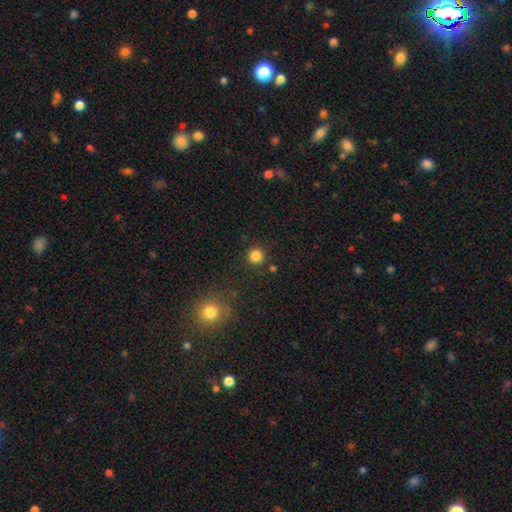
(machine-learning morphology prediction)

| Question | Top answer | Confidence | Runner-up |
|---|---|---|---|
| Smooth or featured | smooth | 83% | star or artifact (13%) |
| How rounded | round | 95% | in between (4%) |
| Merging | none | 88% | minor disturbance (6%) |